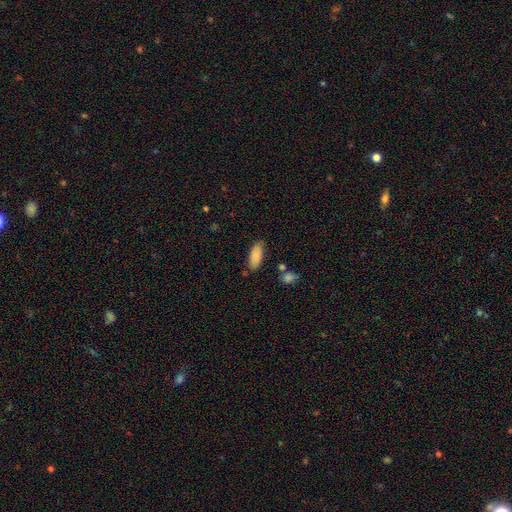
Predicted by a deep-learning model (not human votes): A smooth galaxy with no disk features (86%) that is in between round and cigar-shaped (83%). Merging: none (77%).